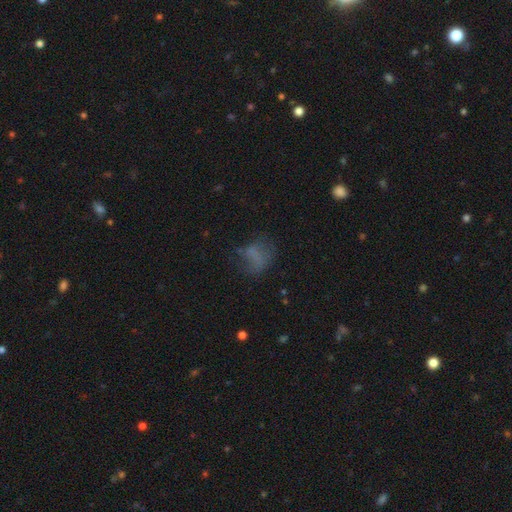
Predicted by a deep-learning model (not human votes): smooth-or-featured: smooth: 56% | featured or disk: 25% | star or artifact: 19%
  how-rounded: in between: 58% | round: 39% | cigar-shaped: 3%
  merging: none: 42% | major disturbance: 31% | minor disturbance: 23% | merger: 4%